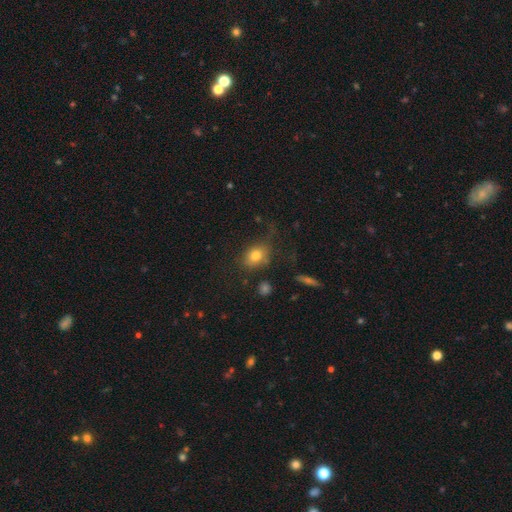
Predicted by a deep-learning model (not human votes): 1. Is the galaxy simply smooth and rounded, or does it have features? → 76% smooth, 12% star or artifact, 12% featured or disk.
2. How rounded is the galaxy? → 58% in between, 41% round, 2% cigar-shaped.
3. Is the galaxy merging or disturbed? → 67% none, 20% minor disturbance, 10% major disturbance, 3% merger.